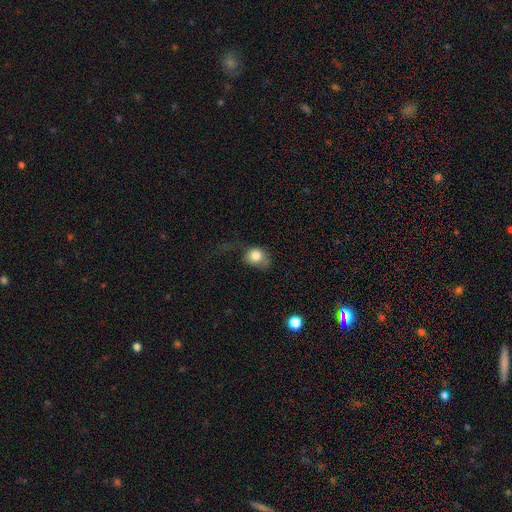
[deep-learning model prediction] The model was most divided on "merging": major disturbance: 40%, none: 29%, minor disturbance: 28%, merger: 3%. More confident: smooth or featured — smooth (80%); how rounded — round (60%).